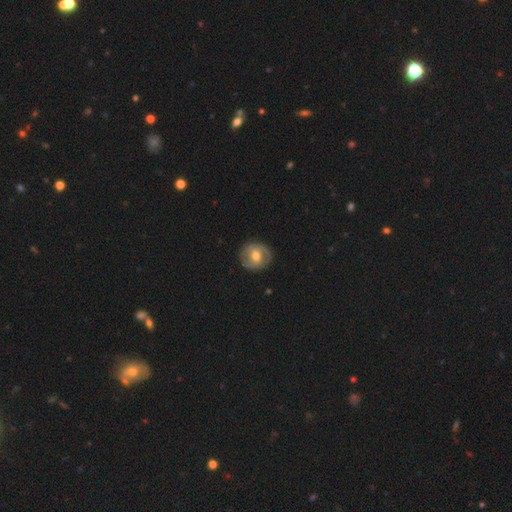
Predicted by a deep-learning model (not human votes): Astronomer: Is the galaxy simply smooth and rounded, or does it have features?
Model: featured or disk — 59% (runner-up: smooth, 35%).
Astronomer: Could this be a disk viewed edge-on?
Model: no — 96%.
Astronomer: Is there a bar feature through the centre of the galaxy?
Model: weak — 47% (runner-up: no, 35%).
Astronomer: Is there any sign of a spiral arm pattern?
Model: yes — 70%.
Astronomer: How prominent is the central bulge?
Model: moderate — 76%.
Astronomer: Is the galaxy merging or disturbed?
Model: none — 85%.